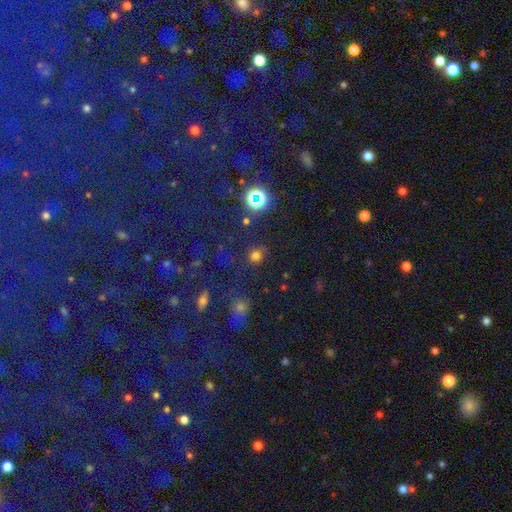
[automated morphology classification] Q: Smooth or featured?
A: smooth (67%); runner-up: star or artifact (27%)
Q: How rounded?
A: round (90%); runner-up: in between (9%)
Q: Merging?
A: none (81%); runner-up: minor disturbance (10%)